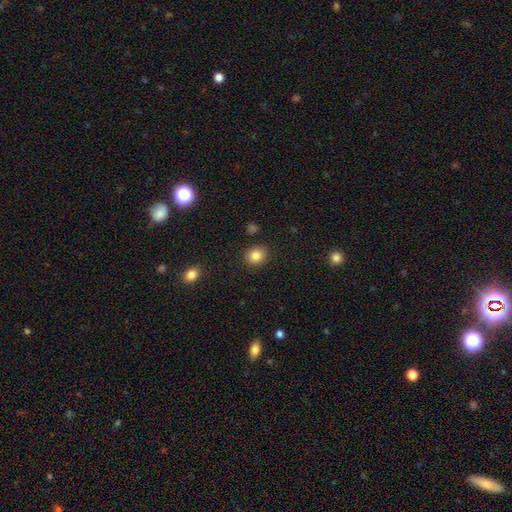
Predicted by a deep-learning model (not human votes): smooth 84%, star or artifact 10%, featured or disk 5%. Down the decision tree: how rounded — round (75%); merging — none (87%).